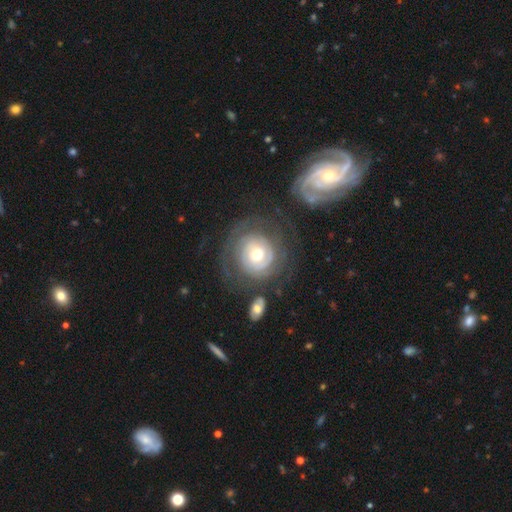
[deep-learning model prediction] Overall: featured or disk (73%). Edge-on disk: no (97%). Bar: no (78%). Spiral arms: yes (81%). Spiral arm count: can't tell (46%; 2 24%). Spiral winding: tight (76%). Bulge size: moderate (69%). Merging: none (64%).